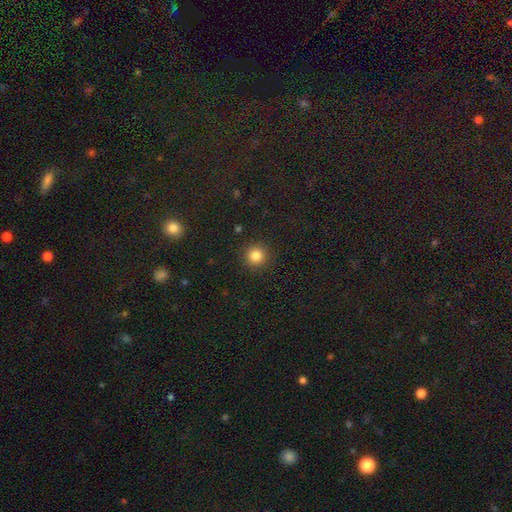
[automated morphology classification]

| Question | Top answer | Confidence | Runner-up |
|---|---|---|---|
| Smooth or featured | smooth | 84% | star or artifact (12%) |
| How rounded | round | 94% | in between (5%) |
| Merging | none | 91% | minor disturbance (5%) |